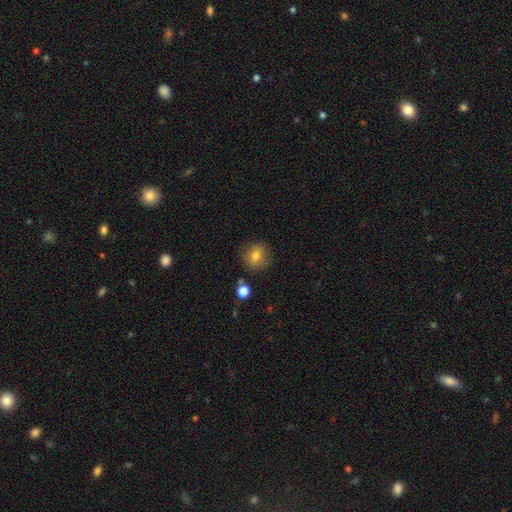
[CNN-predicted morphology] A smooth galaxy with no disk features (76%) that is round (85%). Merging: none (81%).